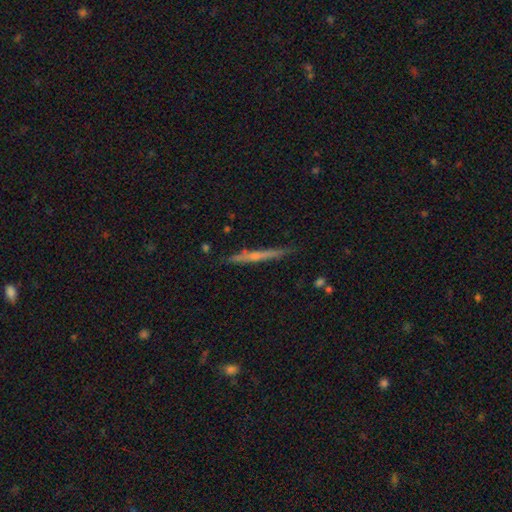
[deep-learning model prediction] Smooth or featured?
  - featured or disk: 52% *
  - smooth: 41%
  - star or artifact: 7%
Edge-on disk?
  - yes: 96% *
  - no: 4%
Edge-on bulge?
  - none: 68% *
  - rounded: 26%
  - boxy: 7%
Merging?
  - none: 85% *
  - minor disturbance: 11%
  - major disturbance: 2%
  - merger: 2%